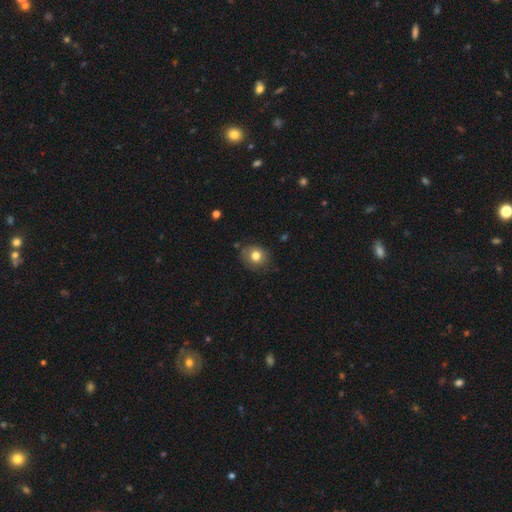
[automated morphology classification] The model was most divided on "how rounded": round: 80%, in between: 20%, cigar-shaped: 1%. More confident: merging — none (79%); smooth or featured — smooth (78%).